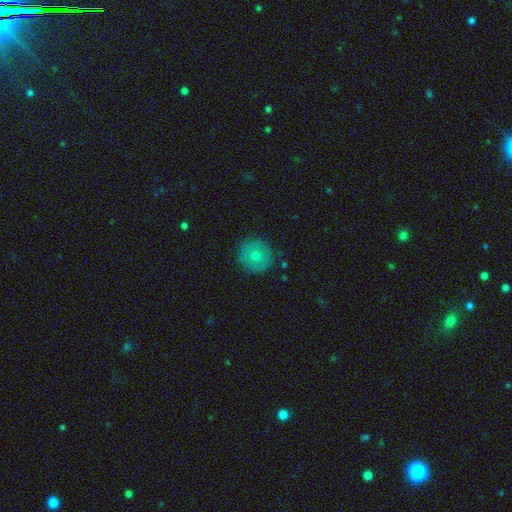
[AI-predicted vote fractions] Smooth or featured? Predicted: smooth (p=0.63). How rounded? Predicted: round (p=0.95). Merging? Predicted: none (p=0.90).